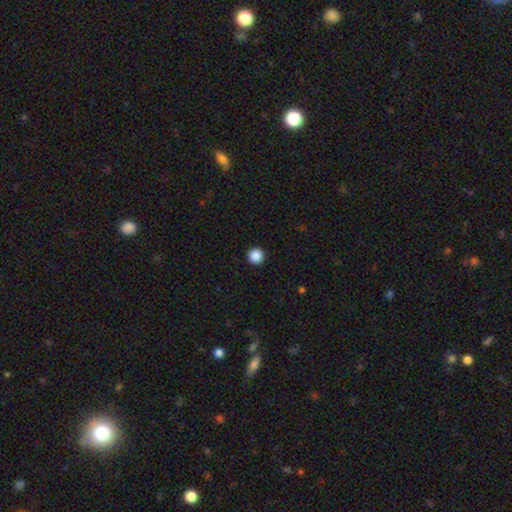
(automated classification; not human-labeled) smooth 88%, star or artifact 10%, featured or disk 2%. Down the decision tree: how rounded — round (97%); merging — none (94%).